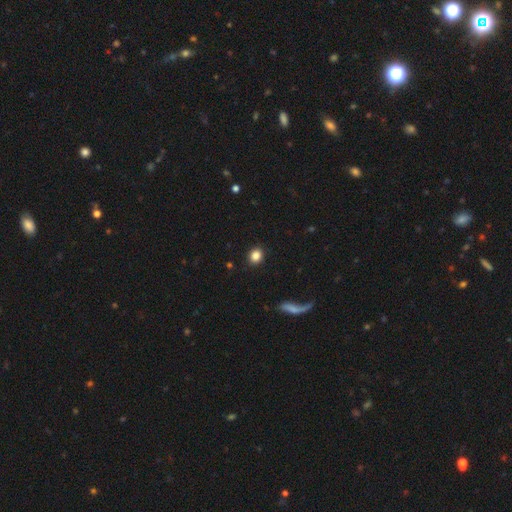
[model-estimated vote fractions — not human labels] Smooth or featured: smooth — 85% (star or artifact — 9%)
How rounded: round — 71% (in between — 27%)
Merging: none — 90% (minor disturbance — 6%)